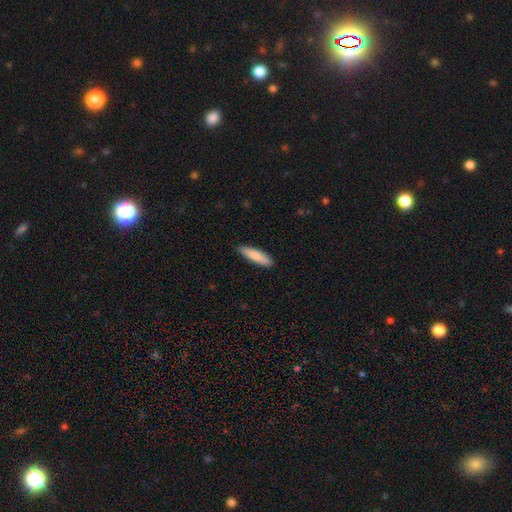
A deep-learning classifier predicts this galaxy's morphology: smooth-or-featured: smooth: 85% | featured or disk: 9% | star or artifact: 5%
  how-rounded: cigar-shaped: 73% | in between: 26% | round: 1%
  merging: none: 87% | minor disturbance: 10% | major disturbance: 2% | merger: 1%